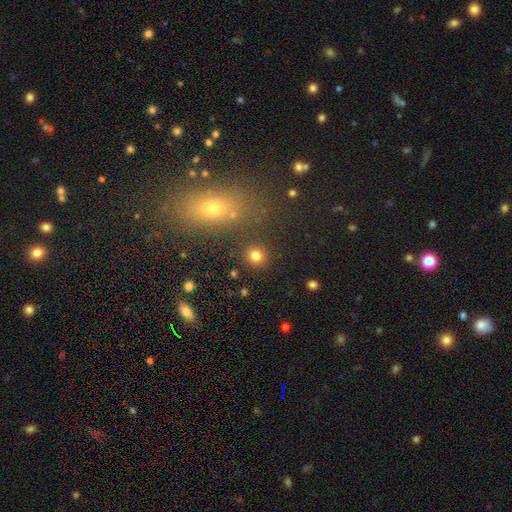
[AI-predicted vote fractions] smooth 81%, star or artifact 14%, featured or disk 5%. Down the decision tree: how rounded — round (93%); merging — none (88%).